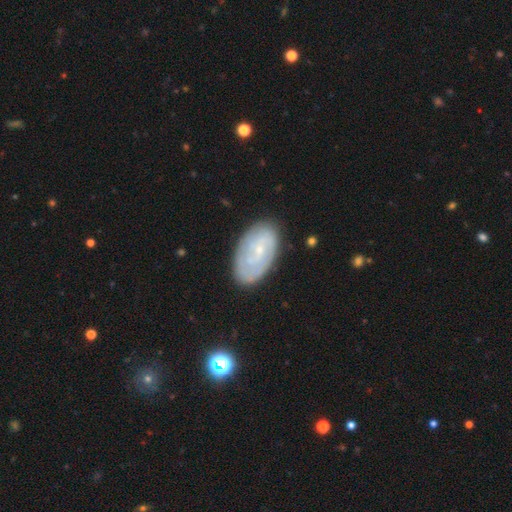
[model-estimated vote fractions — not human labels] The model was most divided on "smooth or featured": featured or disk: 60%, smooth: 31%, star or artifact: 9%. More confident: edge-on disk — no (94%); bulge size — small (80%); merging — none (79%); spiral arms — yes (75%); bar — no (68%).